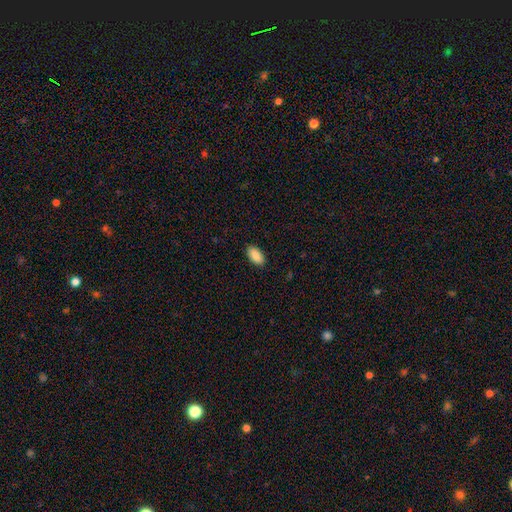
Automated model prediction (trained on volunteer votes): This is clearly a smooth galaxy (88%). How rounded: clearly in between (94%). Merging: clearly none (89%).